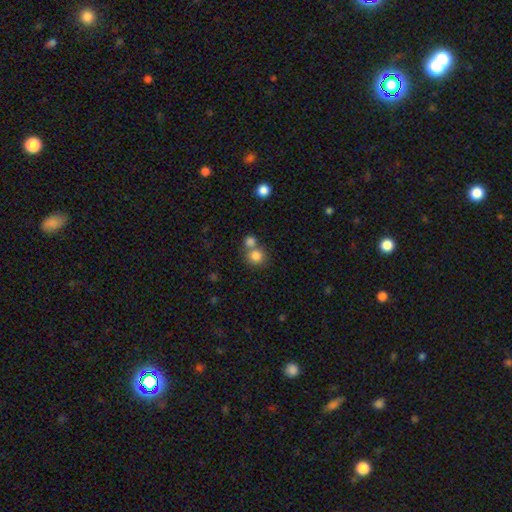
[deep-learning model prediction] A smooth galaxy with no disk features (81%) that is round (90%).

Vote fractions:
- Smooth or featured? smooth: 81% / star or artifact: 11% / featured or disk: 7%
- How rounded? round: 90% / in between: 9% / cigar-shaped: 1%
- Merging? none: 55% / merger: 35% / minor disturbance: 7% / major disturbance: 3%